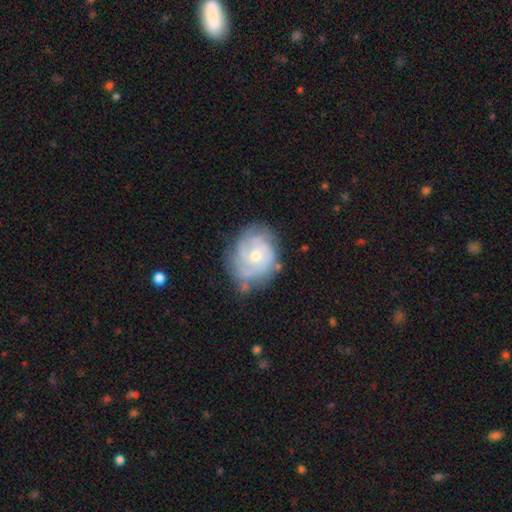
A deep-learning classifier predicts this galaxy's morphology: Overall: featured or disk (81%). Edge-on disk: no (98%). Bar: no (74%). Spiral arms: yes (93%). Spiral arm count: can't tell (31%; 3 29%). Spiral winding: tight (64%; medium 29%). Bulge size: moderate (49%; small 48%). Merging: none (69%).